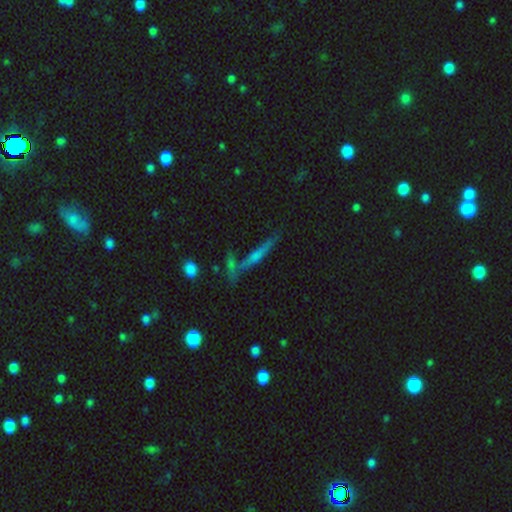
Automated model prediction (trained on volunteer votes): Morphology: type=featured or disk (55%); edge-on=yes (93%); edge-on bulge=rounded (51%); merging=none (71%).